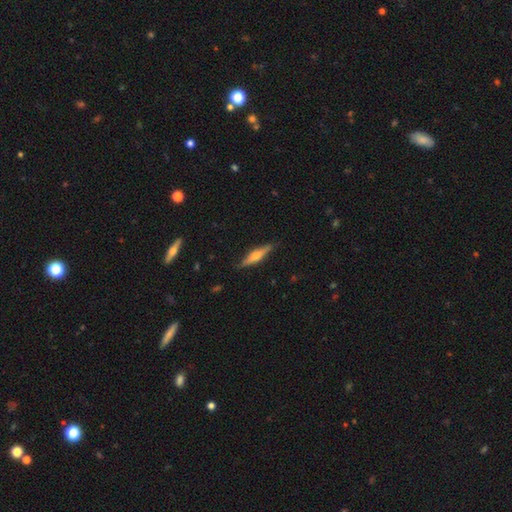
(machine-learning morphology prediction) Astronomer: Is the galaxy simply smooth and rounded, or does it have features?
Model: featured or disk — 60%.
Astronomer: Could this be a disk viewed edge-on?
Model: yes — 96%.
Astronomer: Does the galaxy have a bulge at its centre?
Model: rounded — 82%.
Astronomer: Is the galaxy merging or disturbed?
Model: none — 87%.